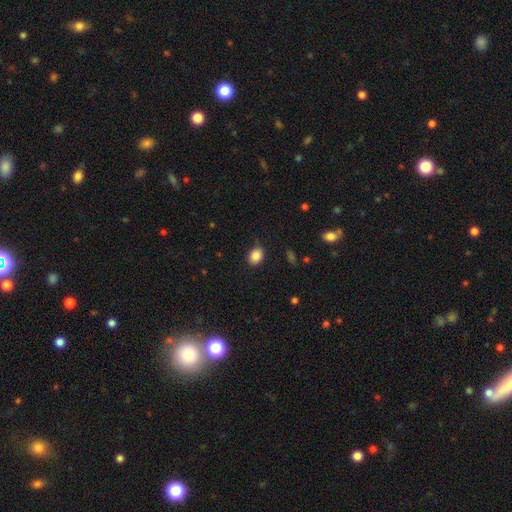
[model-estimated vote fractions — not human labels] smooth-or-featured: smooth: 86% | star or artifact: 9% | featured or disk: 4%
  how-rounded: in between: 58% | round: 41% | cigar-shaped: 1%
  merging: none: 82% | minor disturbance: 13% | major disturbance: 3% | merger: 1%